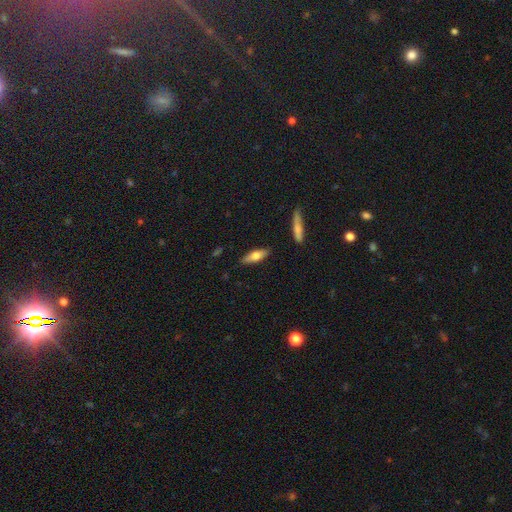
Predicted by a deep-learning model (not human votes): The model was most divided on "how rounded": in between: 52%, cigar-shaped: 46%, round: 2%. More confident: merging — none (85%); smooth or featured — smooth (65%).